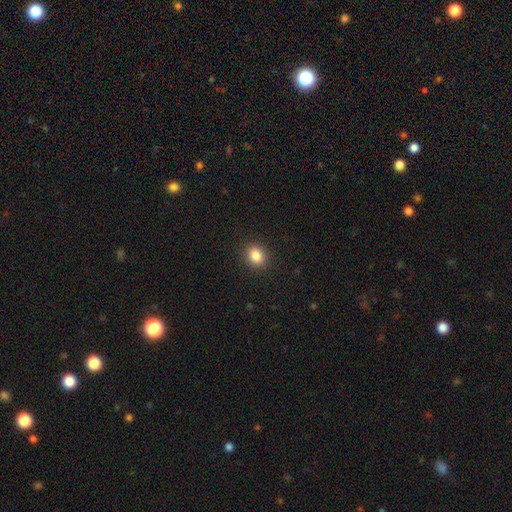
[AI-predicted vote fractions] A smooth galaxy with no disk features (85%) that is round (61%).

Vote fractions:
- Smooth or featured? smooth: 85% / star or artifact: 10% / featured or disk: 5%
- How rounded? round: 61% / in between: 38% / cigar-shaped: 1%
- Merging? none: 90% / minor disturbance: 7% / major disturbance: 2% / merger: 1%